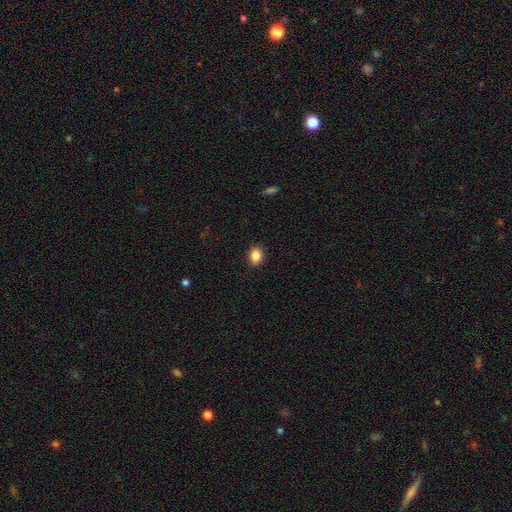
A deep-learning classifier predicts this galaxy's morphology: Smooth or featured? Predicted: smooth (p=0.88). How rounded? Predicted: in between (p=0.58). Merging? Predicted: none (p=0.90).